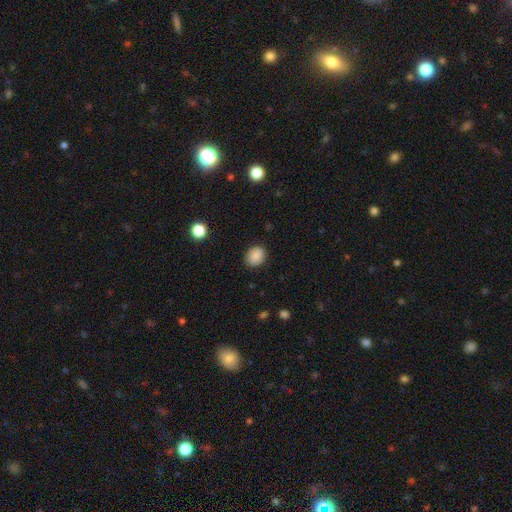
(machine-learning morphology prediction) Smooth or featured?
  - smooth: 85% *
  - star or artifact: 9%
  - featured or disk: 6%
How rounded?
  - round: 58% *
  - in between: 41%
  - cigar-shaped: 1%
Merging?
  - none: 85% *
  - minor disturbance: 11%
  - major disturbance: 3%
  - merger: 1%